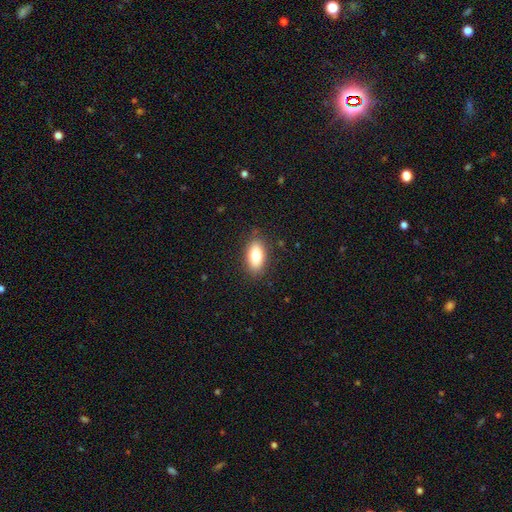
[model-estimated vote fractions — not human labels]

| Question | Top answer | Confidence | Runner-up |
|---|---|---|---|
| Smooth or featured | smooth | 79% | featured or disk (13%) |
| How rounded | in between | 89% | cigar-shaped (6%) |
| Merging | none | 85% | minor disturbance (11%) |